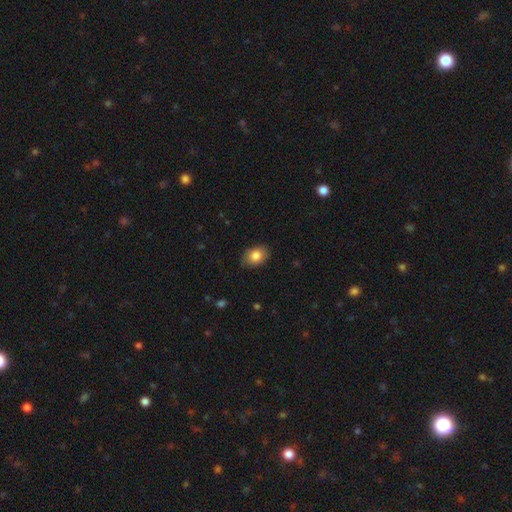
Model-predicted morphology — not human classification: A smooth galaxy with no disk features (83%) that is in between round and cigar-shaped (77%). Merging: none (82%).